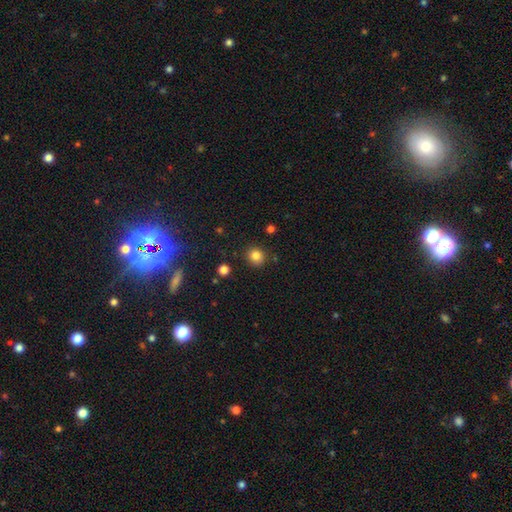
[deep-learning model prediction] smooth-or-featured: smooth: 83% | star or artifact: 12% | featured or disk: 5%
  how-rounded: round: 86% | in between: 13% | cigar-shaped: 1%
  merging: none: 86% | minor disturbance: 9% | merger: 3% | major disturbance: 3%